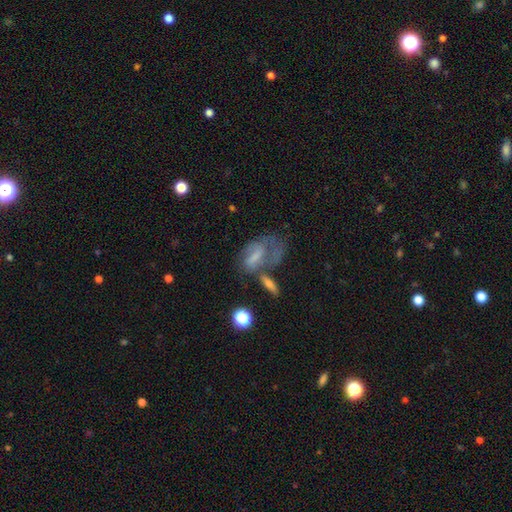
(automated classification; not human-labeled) Q: Smooth or featured?
A: smooth (46%); runner-up: featured or disk (42%)
Q: Merging?
A: major disturbance (34%); runner-up: none (26%)